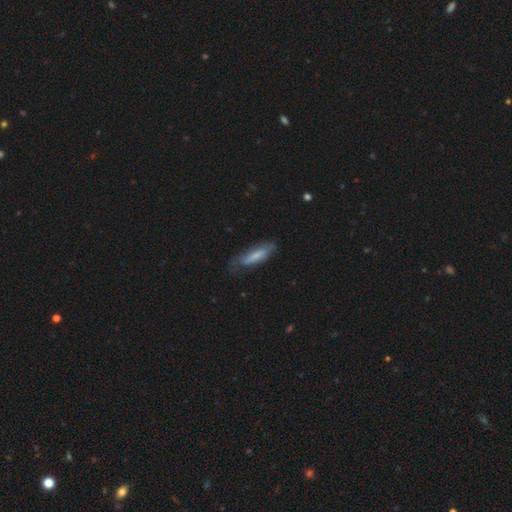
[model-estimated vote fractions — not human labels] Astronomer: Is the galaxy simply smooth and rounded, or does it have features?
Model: smooth — 65%.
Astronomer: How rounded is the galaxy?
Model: cigar-shaped — 59% (runner-up: in between, 39%).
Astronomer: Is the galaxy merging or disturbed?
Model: none — 61%.